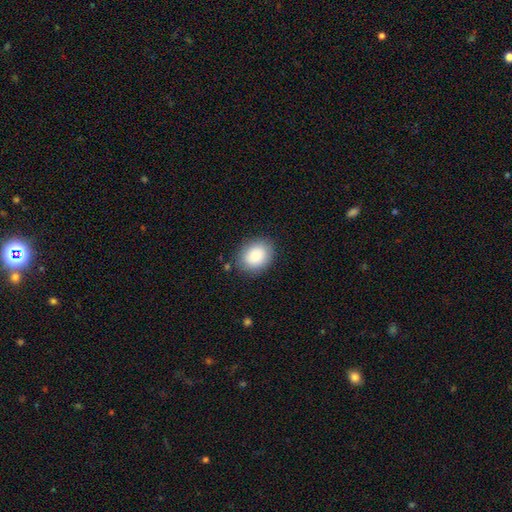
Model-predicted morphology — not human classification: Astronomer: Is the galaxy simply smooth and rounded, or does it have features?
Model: smooth — 85%.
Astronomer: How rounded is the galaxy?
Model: in between — 54% (runner-up: round, 45%).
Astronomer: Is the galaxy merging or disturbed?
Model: none — 83%.